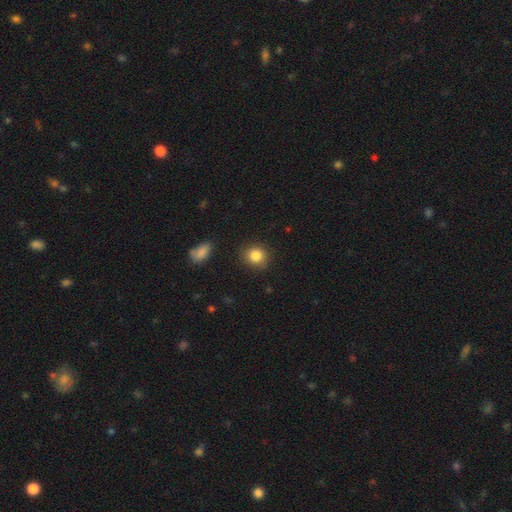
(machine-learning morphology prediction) smooth_or_featured: smooth (p=0.86) [alt: star or artifact p=0.09]
how_rounded: round (p=0.81) [alt: in between p=0.18]
merging: none (p=0.86) [alt: minor disturbance p=0.10]